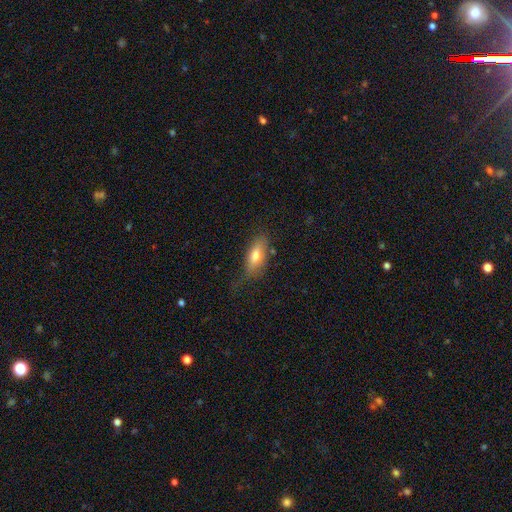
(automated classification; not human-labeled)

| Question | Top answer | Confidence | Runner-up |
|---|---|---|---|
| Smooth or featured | smooth | 71% | featured or disk (22%) |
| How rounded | in between | 77% | cigar-shaped (20%) |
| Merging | none | 60% | minor disturbance (28%) |